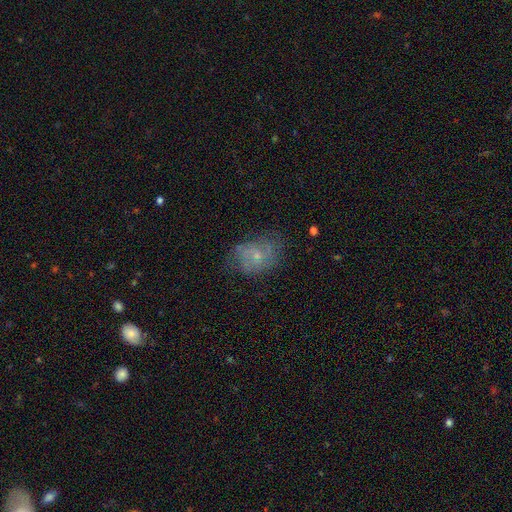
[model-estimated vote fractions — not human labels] Smooth or featured? featured or disk (58%)
Edge-on disk? no (97%)
Bar? no (79%)
Spiral arms? yes (75%)
Bulge size? small (72%)
Merging? none (60%)